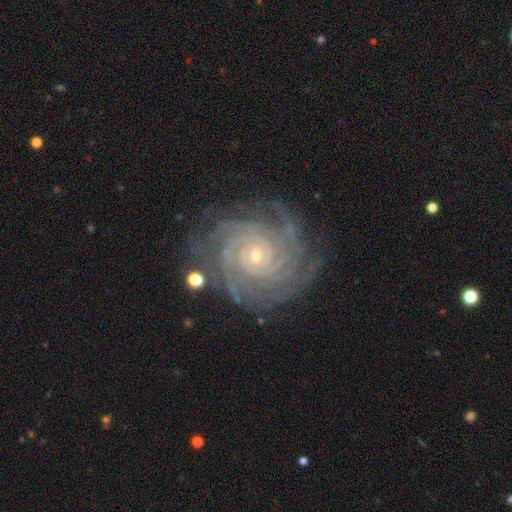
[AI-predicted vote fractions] A featured or disk galaxy (91%) with no bar (73%), 4 (29%) tight (86%) spiral arms (99%) and a small central bulge (76%).

Vote fractions:
- Smooth or featured? featured or disk: 91% / star or artifact: 6% / smooth: 3%
- Edge-on disk? no: 98% / yes: 2%
- Bar? no: 73% / weak: 19% / strong: 8%
- Spiral arms? yes: 99% / no: 1%
- Spiral winding? tight: 86% / medium: 13% / loose: 2%
- Spiral arm count? 4: 29% / more than 4: 25% / 3: 15% / can't tell: 14% / 2: 9% / 1: 7%
- Bulge size? small: 76% / moderate: 21% / none: 1% / large: 1% / dominant: 1%
- Merging? none: 81% / minor disturbance: 13% / major disturbance: 4% / merger: 2%